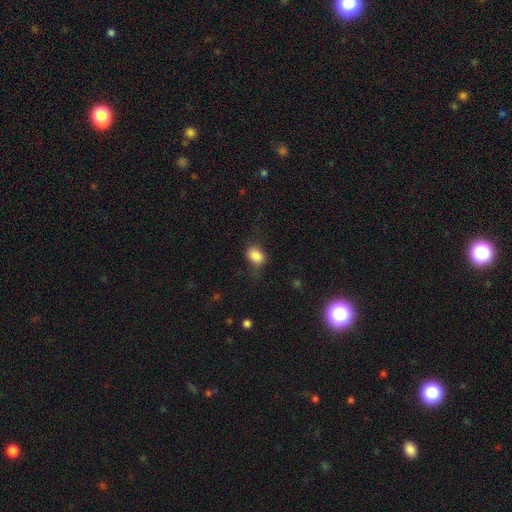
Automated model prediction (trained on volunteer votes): Morphology: type=smooth (85%); roundness=in between (64%); merging=none (65%).